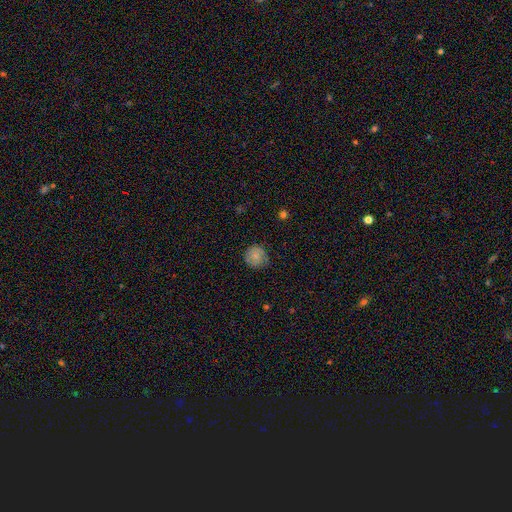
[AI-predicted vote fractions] A smooth galaxy with no disk features (75%) that is round (90%).

Vote fractions:
- Smooth or featured? smooth: 75% / featured or disk: 16% / star or artifact: 8%
- How rounded? round: 90% / in between: 10% / cigar-shaped: 1%
- Merging? none: 74% / minor disturbance: 20% / major disturbance: 4% / merger: 1%